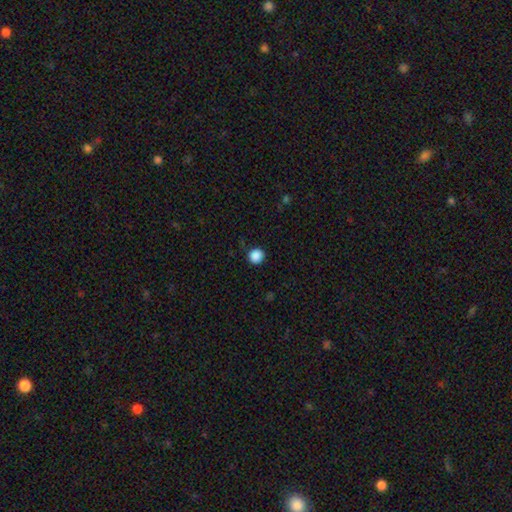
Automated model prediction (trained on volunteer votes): This appears to be a smooth galaxy with no disk features (88%) that is round (93%). Merging: none (89%).